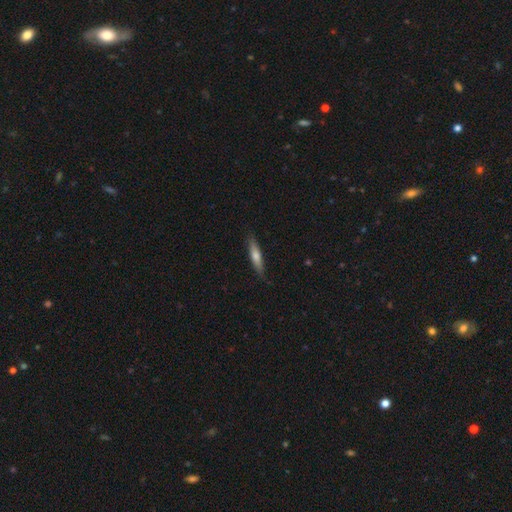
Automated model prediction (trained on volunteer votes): smooth_or_featured: smooth (p=0.57) [alt: featured or disk p=0.37]
how_rounded: cigar-shaped (p=0.86) [alt: in between p=0.12]
merging: none (p=0.87) [alt: minor disturbance p=0.10]